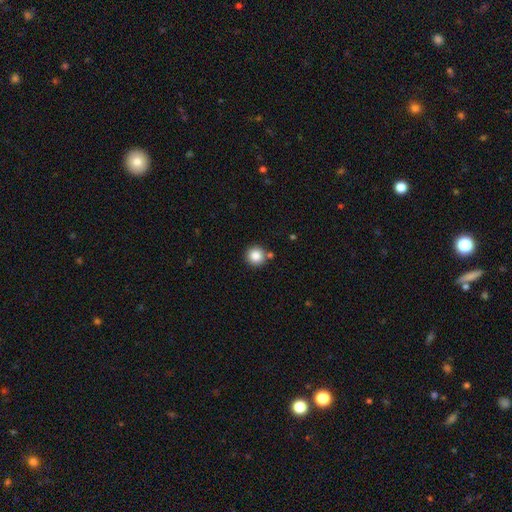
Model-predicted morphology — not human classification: Smooth or featured?
  - smooth: 86% *
  - star or artifact: 10%
  - featured or disk: 4%
How rounded?
  - round: 95% *
  - in between: 4%
  - cigar-shaped: 1%
Merging?
  - none: 83% *
  - minor disturbance: 7%
  - merger: 7%
  - major disturbance: 2%